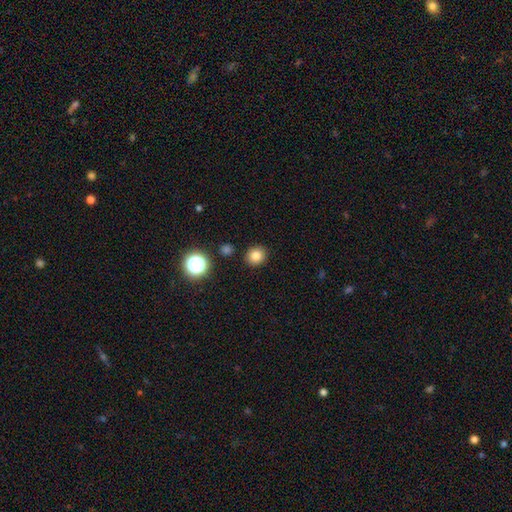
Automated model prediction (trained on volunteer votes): smooth-or-featured: smooth: 81% | star or artifact: 13% | featured or disk: 6%
  how-rounded: round: 83% | in between: 16% | cigar-shaped: 1%
  merging: none: 89% | minor disturbance: 7% | merger: 3% | major disturbance: 2%